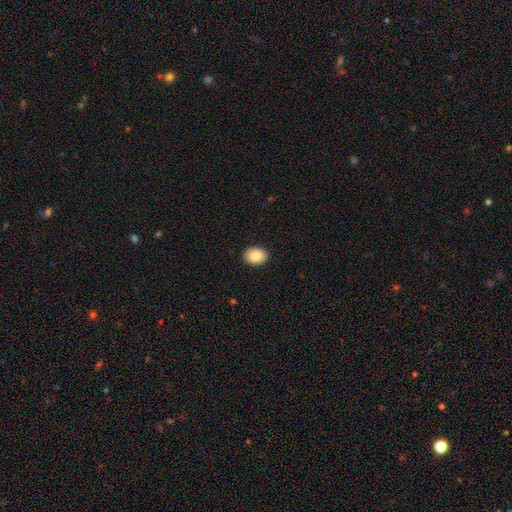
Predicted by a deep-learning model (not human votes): The model was most divided on "how rounded": in between: 61%, round: 38%, cigar-shaped: 1%. More confident: merging — none (90%); smooth or featured — smooth (87%).